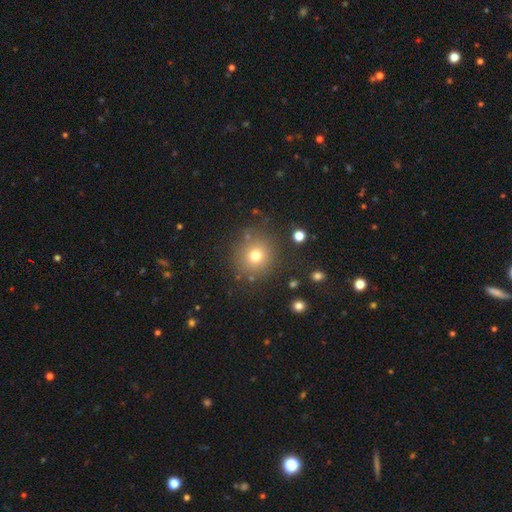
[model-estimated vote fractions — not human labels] Smooth or featured?
  - smooth: 73% *
  - star or artifact: 16%
  - featured or disk: 10%
How rounded?
  - round: 91% *
  - in between: 8%
  - cigar-shaped: 1%
Merging?
  - none: 84% *
  - minor disturbance: 9%
  - major disturbance: 4%
  - merger: 3%